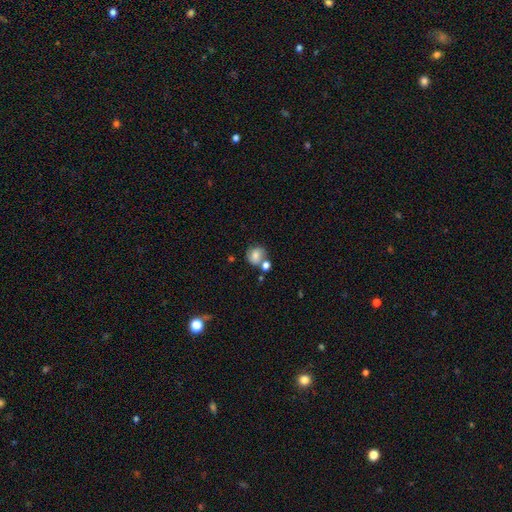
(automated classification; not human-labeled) smooth_or_featured: smooth (p=0.67) [alt: featured or disk p=0.23]
how_rounded: round (p=0.71) [alt: in between p=0.28]
merging: none (p=0.49) [alt: merger p=0.29]